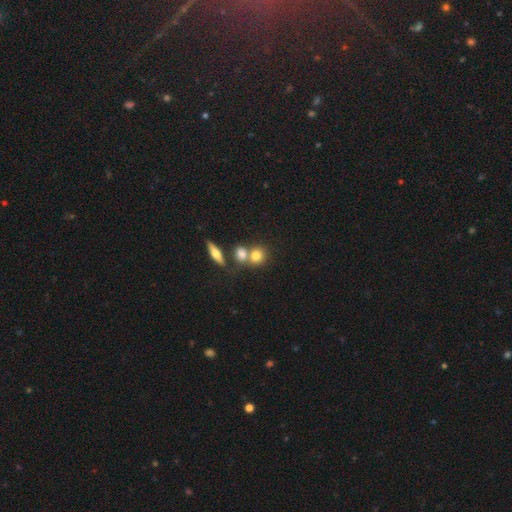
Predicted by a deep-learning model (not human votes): Morphology: type=smooth (75%); roundness=round (75%); merging=none (48%).